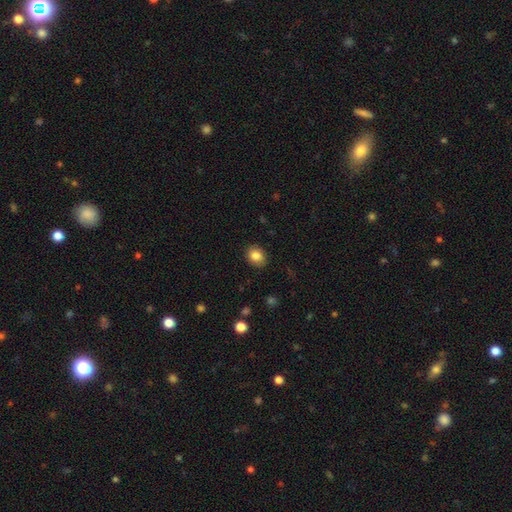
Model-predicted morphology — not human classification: smooth-or-featured: smooth: 84% | star or artifact: 9% | featured or disk: 7%
  how-rounded: round: 53% | in between: 46% | cigar-shaped: 1%
  merging: none: 89% | minor disturbance: 8% | major disturbance: 2% | merger: 1%